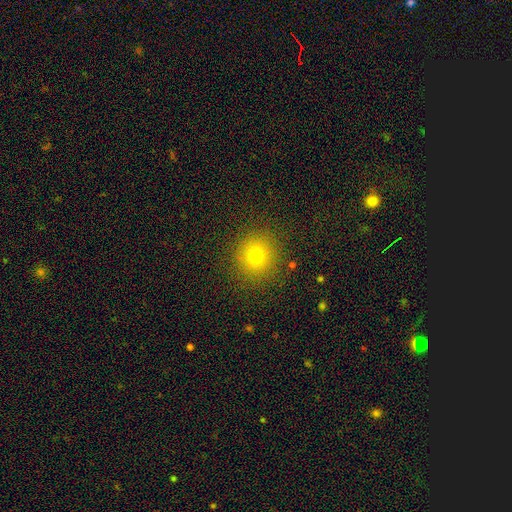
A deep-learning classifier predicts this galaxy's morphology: type=smooth (75%); roundness=round (93%); merging=none (89%).